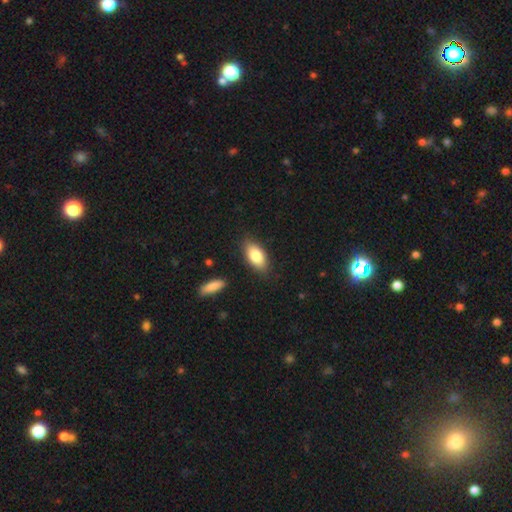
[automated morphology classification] Smooth or featured?
  - smooth: 83% *
  - featured or disk: 11%
  - star or artifact: 7%
How rounded?
  - in between: 91% *
  - cigar-shaped: 6%
  - round: 3%
Merging?
  - none: 83% *
  - minor disturbance: 12%
  - major disturbance: 3%
  - merger: 2%